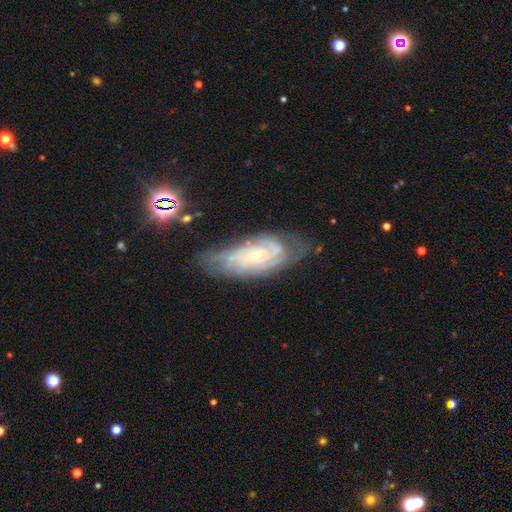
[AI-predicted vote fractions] featured or disk 79%, smooth 13%, star or artifact 8%. Down the decision tree: edge-on disk — no (92%); bar — no (73%); spiral arms — yes (92%); spiral arm count — can't tell (46%); spiral winding — tight (64%); bulge size — small (77%); merging — none (64%).